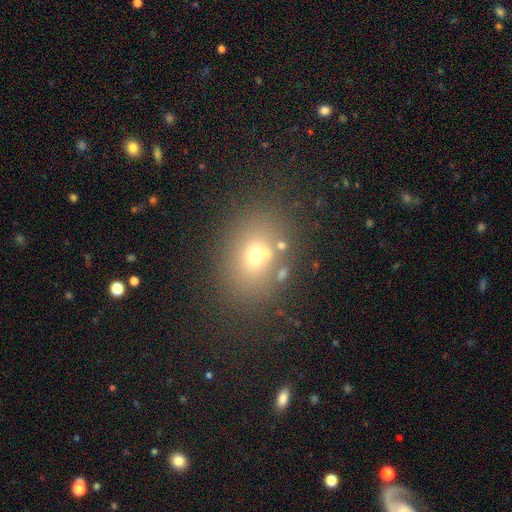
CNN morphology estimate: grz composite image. It shows a smooth galaxy with no disk features (63%) that is in between round and cigar-shaped (57%). Merging: none (74%).